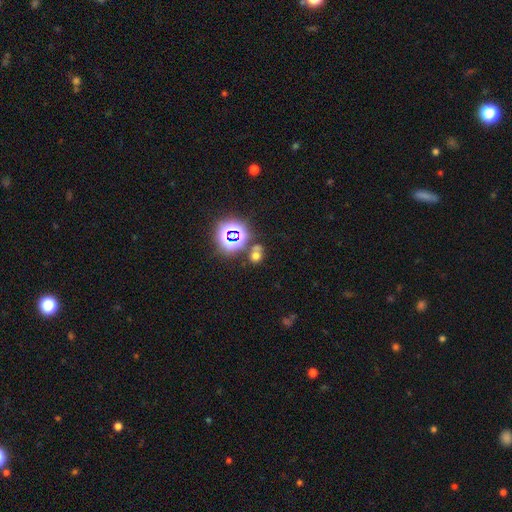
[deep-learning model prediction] Smooth or featured: smooth — 54% (star or artifact — 37%)
How rounded: round — 71% (in between — 28%)
Merging: none — 61% (merger — 25%)